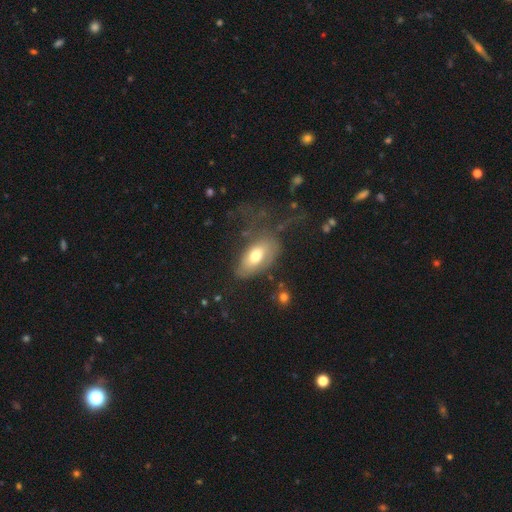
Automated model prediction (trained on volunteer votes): smooth 65%, featured or disk 28%, star or artifact 7%. Down the decision tree: how rounded — in between (91%); merging — none (45%).